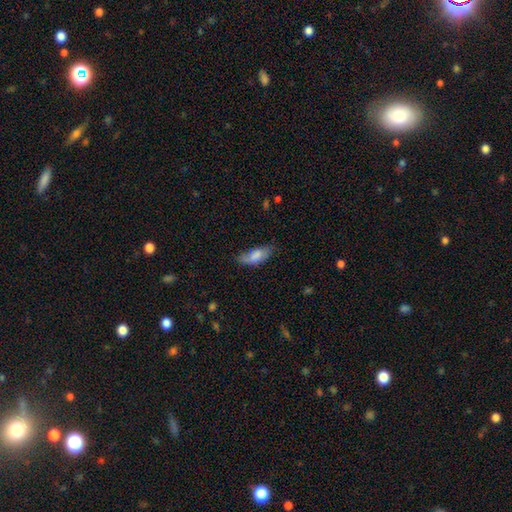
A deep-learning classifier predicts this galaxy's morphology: smooth_or_featured: smooth (p=0.77) [alt: featured or disk p=0.17]
how_rounded: in between (p=0.77) [alt: cigar-shaped p=0.21]
merging: none (p=0.56) [alt: minor disturbance p=0.32]